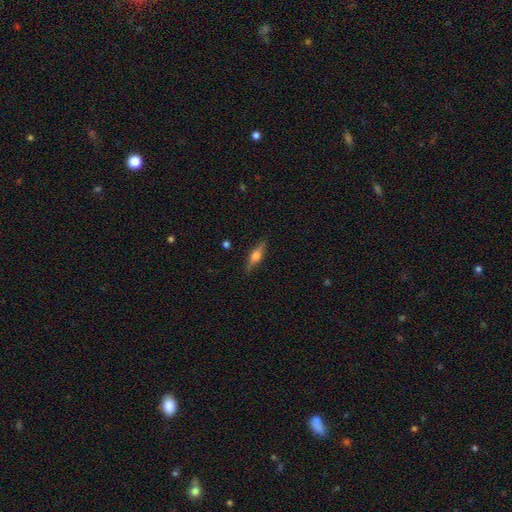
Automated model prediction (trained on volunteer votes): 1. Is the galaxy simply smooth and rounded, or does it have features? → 58% featured or disk, 35% smooth, 7% star or artifact.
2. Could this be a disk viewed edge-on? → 95% yes, 5% no.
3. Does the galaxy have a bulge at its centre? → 87% rounded, 10% boxy, 2% none.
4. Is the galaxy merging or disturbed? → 85% none, 11% minor disturbance, 3% major disturbance, 1% merger.